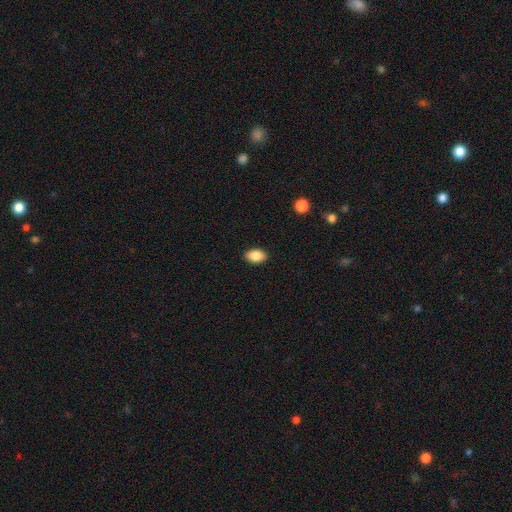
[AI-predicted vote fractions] This appears to be a smooth galaxy with no disk features (86%) that is in between round and cigar-shaped (90%). Merging: none (90%).